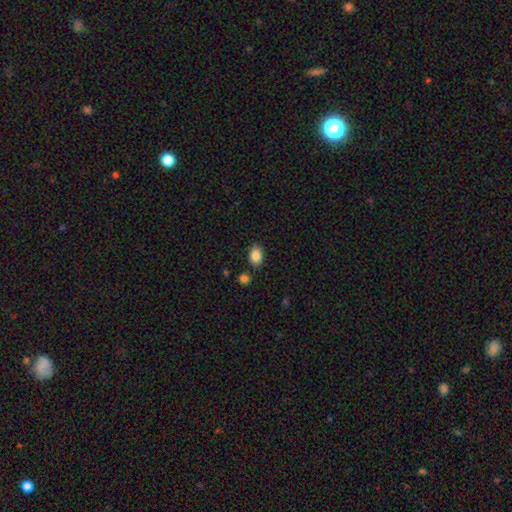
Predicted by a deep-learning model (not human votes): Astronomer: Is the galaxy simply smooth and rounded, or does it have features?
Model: smooth — 87%.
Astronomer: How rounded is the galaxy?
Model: in between — 84%.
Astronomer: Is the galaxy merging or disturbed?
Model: none — 83%.